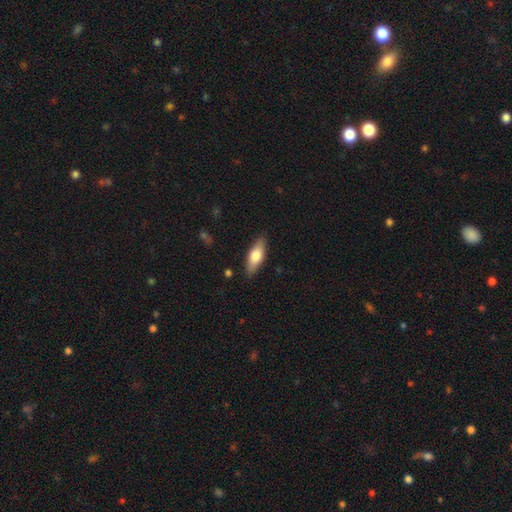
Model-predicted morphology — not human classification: The model was most divided on "how rounded": in between: 64%, cigar-shaped: 34%, round: 2%. More confident: merging — none (86%); smooth or featured — smooth (69%).